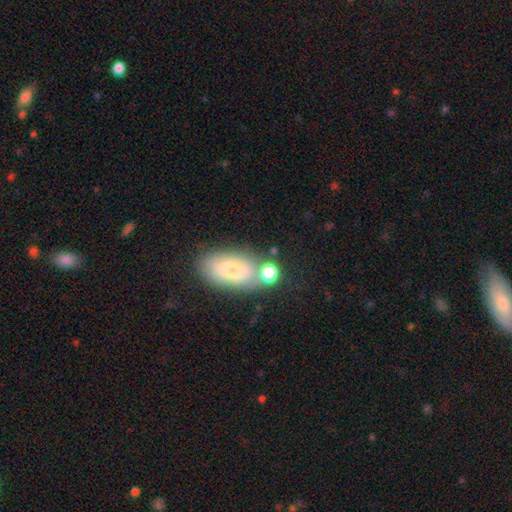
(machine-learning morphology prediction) Q: Smooth or featured?
A: smooth (71%); runner-up: star or artifact (16%)
Q: How rounded?
A: in between (88%); runner-up: round (7%)
Q: Merging?
A: none (65%); runner-up: merger (16%)